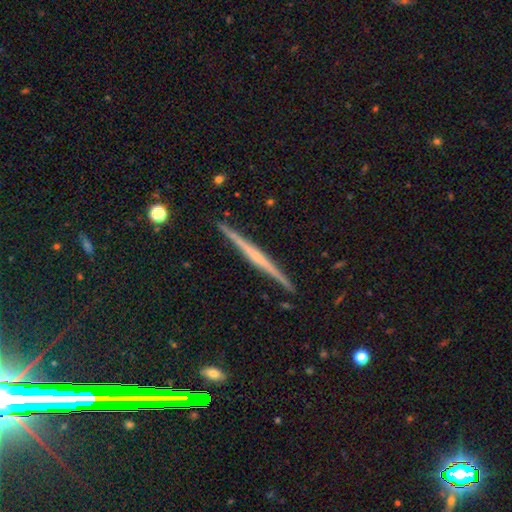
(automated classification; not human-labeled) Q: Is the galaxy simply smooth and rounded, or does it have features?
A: featured or disk — 71%.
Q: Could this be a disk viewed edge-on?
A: yes — 98%.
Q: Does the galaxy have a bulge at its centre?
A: none — 64%.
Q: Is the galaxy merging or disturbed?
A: none — 92%.